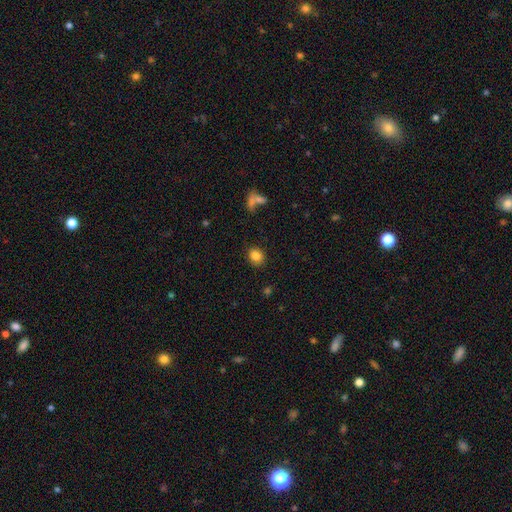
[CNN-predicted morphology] Overall: smooth (85%). How rounded: round (65%; in between 34%). Merging: none (88%).